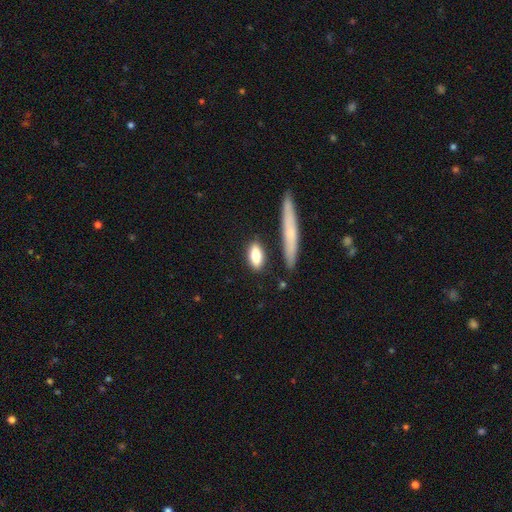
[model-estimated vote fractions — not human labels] Smooth or featured: smooth — 80% (featured or disk — 14%)
How rounded: in between — 75% (cigar-shaped — 21%)
Merging: none — 80% (minor disturbance — 12%)